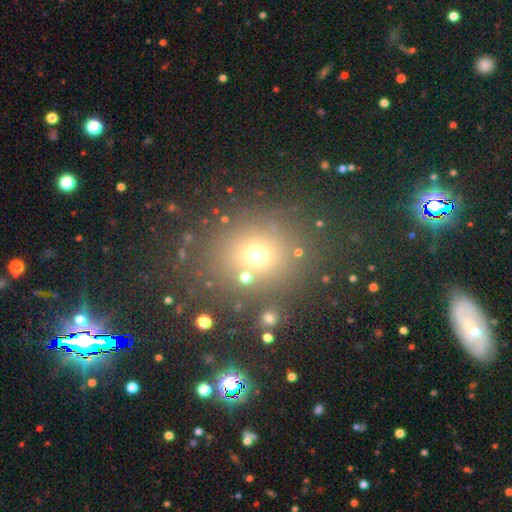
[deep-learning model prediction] A smooth galaxy with no disk features (65%) that is round (76%).

Vote fractions:
- Smooth or featured? smooth: 65% / star or artifact: 24% / featured or disk: 11%
- How rounded? round: 76% / in between: 23% / cigar-shaped: 1%
- Merging? none: 79% / minor disturbance: 10% / merger: 6% / major disturbance: 5%